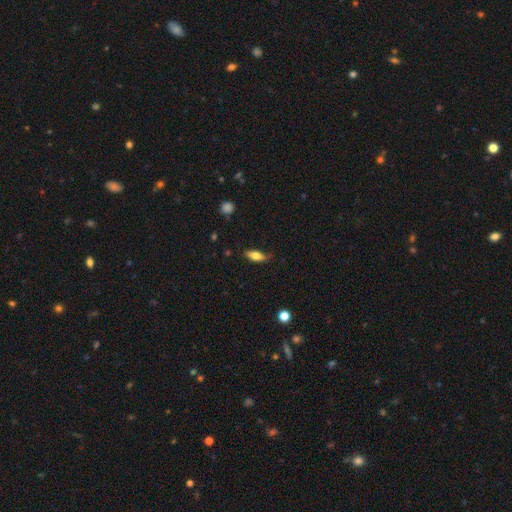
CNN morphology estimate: A smooth galaxy with no disk features (70%) that is in between round and cigar-shaped (69%).

Vote fractions:
- Smooth or featured? smooth: 70% / featured or disk: 23% / star or artifact: 7%
- How rounded? in between: 69% / cigar-shaped: 27% / round: 3%
- Merging? none: 71% / minor disturbance: 23% / major disturbance: 5% / merger: 1%